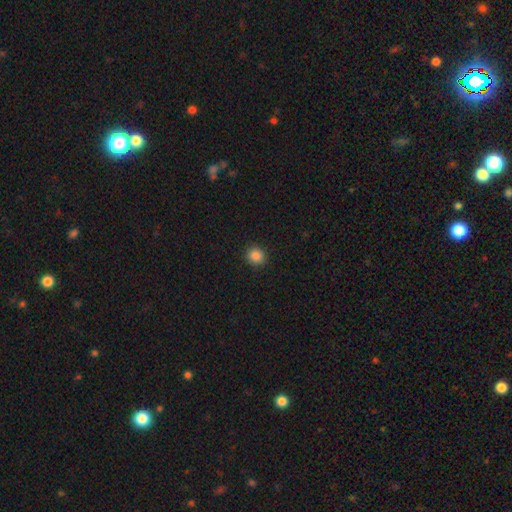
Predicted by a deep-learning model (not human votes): smooth_or_featured: smooth (p=0.86) [alt: star or artifact p=0.11]
how_rounded: round (p=0.85) [alt: in between p=0.14]
merging: none (p=0.92) [alt: minor disturbance p=0.05]